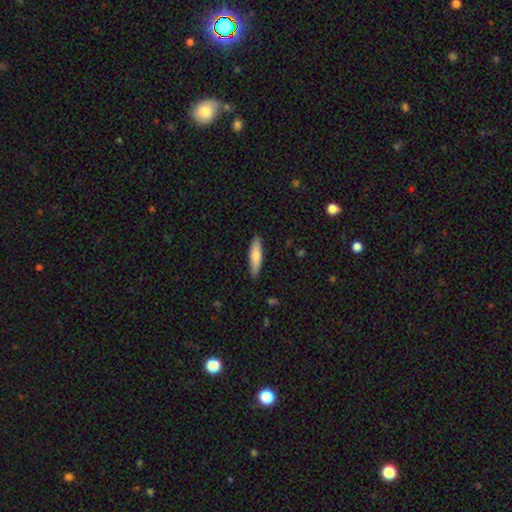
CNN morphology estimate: Smooth or featured?
  - smooth: 77% *
  - featured or disk: 18%
  - star or artifact: 5%
How rounded?
  - cigar-shaped: 68% *
  - in between: 31%
  - round: 1%
Merging?
  - none: 88% *
  - minor disturbance: 9%
  - major disturbance: 2%
  - merger: 1%